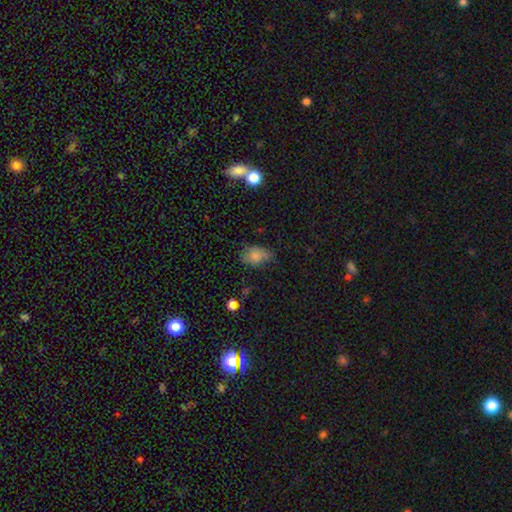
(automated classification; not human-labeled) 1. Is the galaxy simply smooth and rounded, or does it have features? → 77% smooth, 12% featured or disk, 11% star or artifact.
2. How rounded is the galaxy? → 82% in between, 17% round, 2% cigar-shaped.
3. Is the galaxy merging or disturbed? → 54% none, 33% minor disturbance, 10% major disturbance, 2% merger.